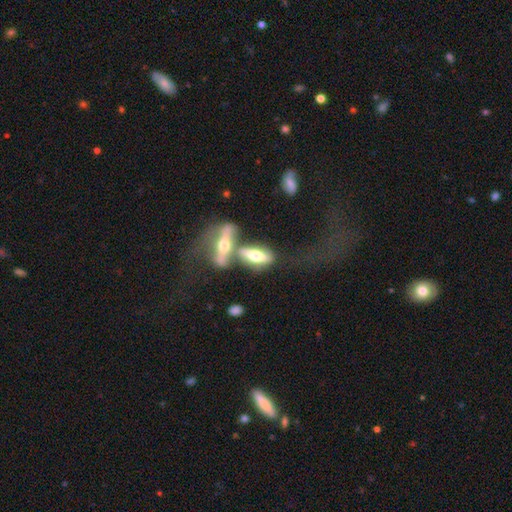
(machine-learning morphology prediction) smooth-or-featured: smooth: 51% | featured or disk: 42% | star or artifact: 7%
  how-rounded: in between: 65% | cigar-shaped: 31% | round: 3%
  merging: merger: 49% | none: 33% | minor disturbance: 10% | major disturbance: 8%